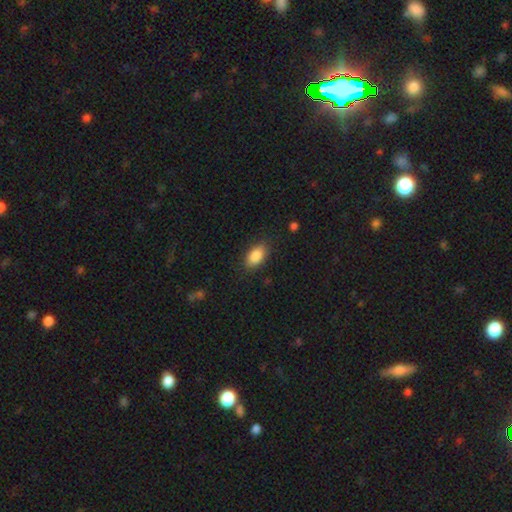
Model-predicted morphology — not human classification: Smooth or featured? Predicted: smooth (p=0.88). How rounded? Predicted: in between (p=0.92). Merging? Predicted: none (p=0.85).